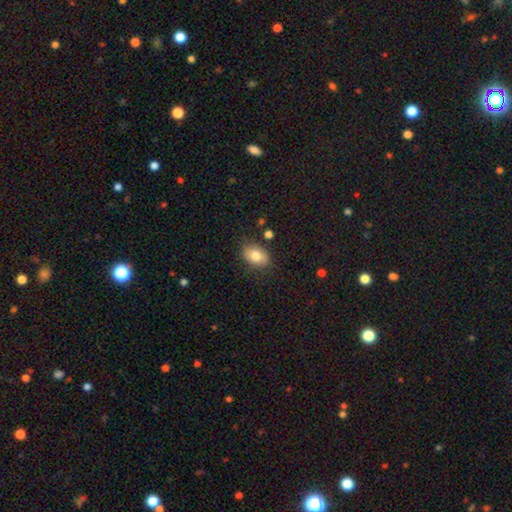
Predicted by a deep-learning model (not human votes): smooth_or_featured: smooth (p=0.80) [alt: featured or disk p=0.12]
how_rounded: in between (p=0.83) [alt: round p=0.16]
merging: none (p=0.81) [alt: minor disturbance p=0.13]